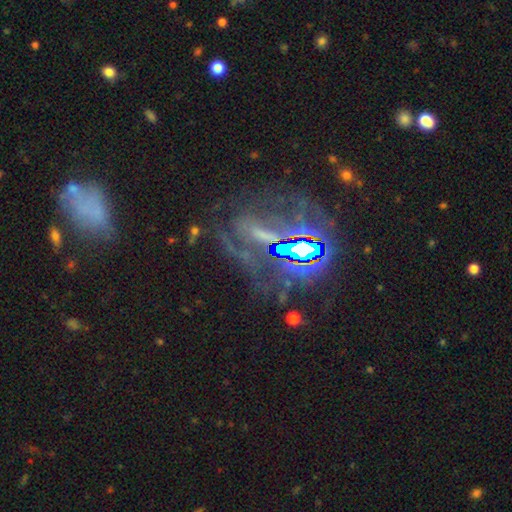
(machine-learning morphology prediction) smooth_or_featured: star or artifact (p=0.56) [alt: featured or disk p=0.30]